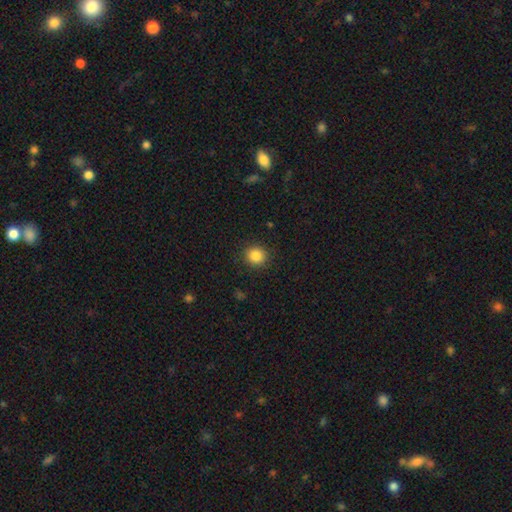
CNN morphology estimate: A smooth galaxy with no disk features (86%) that is round (86%).

Vote fractions:
- Smooth or featured? smooth: 86% / star or artifact: 10% / featured or disk: 4%
- How rounded? round: 86% / in between: 13% / cigar-shaped: 1%
- Merging? none: 90% / minor disturbance: 7% / major disturbance: 2% / merger: 1%